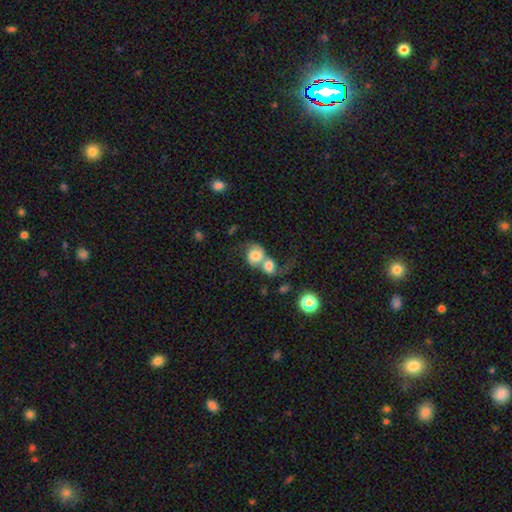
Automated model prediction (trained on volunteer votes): Smooth or featured? Predicted: smooth (p=0.52). How rounded? Predicted: round (p=0.68). Merging? Predicted: merger (p=0.75).